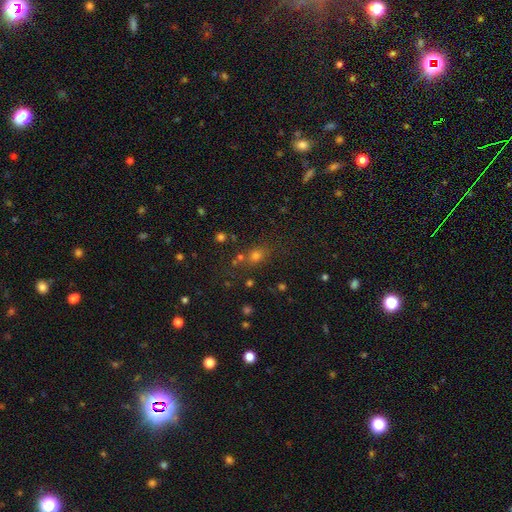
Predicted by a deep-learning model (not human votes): smooth-or-featured: smooth: 61% | star or artifact: 30% | featured or disk: 9%
  how-rounded: round: 62% | in between: 35% | cigar-shaped: 3%
  merging: none: 71% | minor disturbance: 13% | merger: 10% | major disturbance: 6%